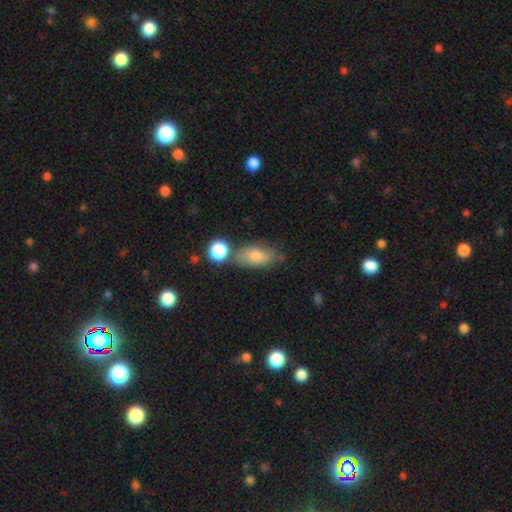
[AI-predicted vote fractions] Q: Smooth or featured?
A: smooth (74%); runner-up: featured or disk (17%)
Q: How rounded?
A: in between (82%); runner-up: cigar-shaped (11%)
Q: Merging?
A: none (67%); runner-up: minor disturbance (18%)